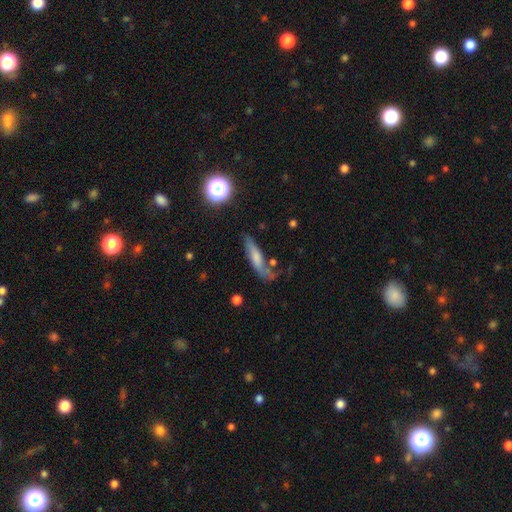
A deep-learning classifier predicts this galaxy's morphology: Smooth or featured? Predicted: featured or disk (p=0.44). Merging? Predicted: none (p=0.52).